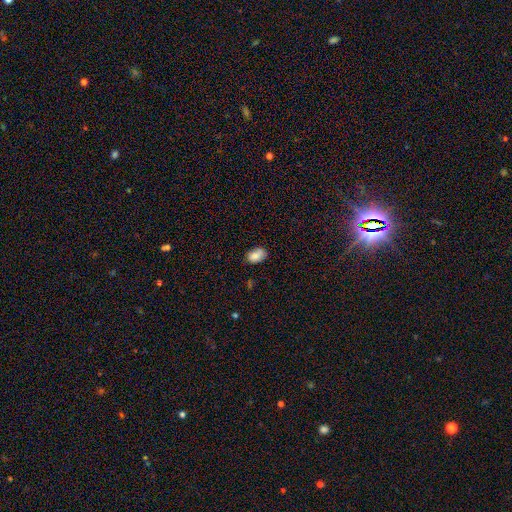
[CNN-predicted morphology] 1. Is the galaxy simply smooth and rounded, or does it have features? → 84% smooth, 8% star or artifact, 8% featured or disk.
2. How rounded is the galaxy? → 87% in between, 12% round, 1% cigar-shaped.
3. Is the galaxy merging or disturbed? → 69% none, 23% minor disturbance, 5% major disturbance, 3% merger.